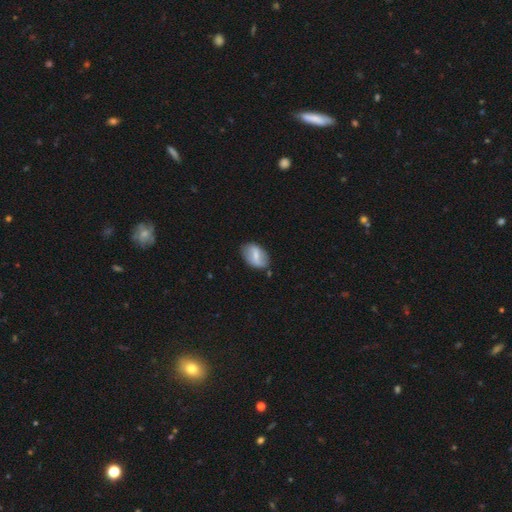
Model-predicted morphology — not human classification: Q: Smooth or featured?
A: smooth (50%); runner-up: featured or disk (43%)
Q: How rounded?
A: in between (89%); runner-up: round (9%)
Q: Merging?
A: none (77%); runner-up: minor disturbance (17%)